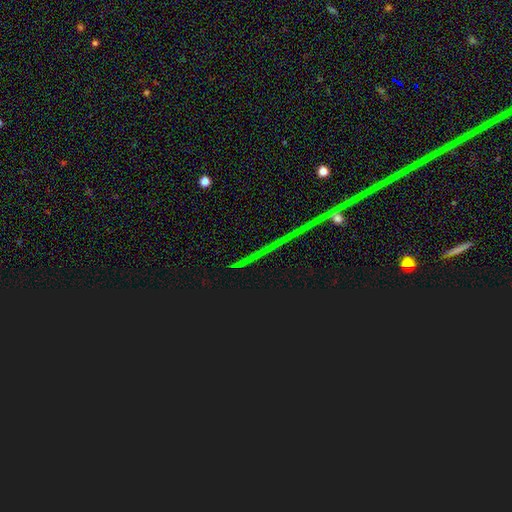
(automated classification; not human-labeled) smooth-or-featured: star or artifact: 87% | featured or disk: 7% | smooth: 6%